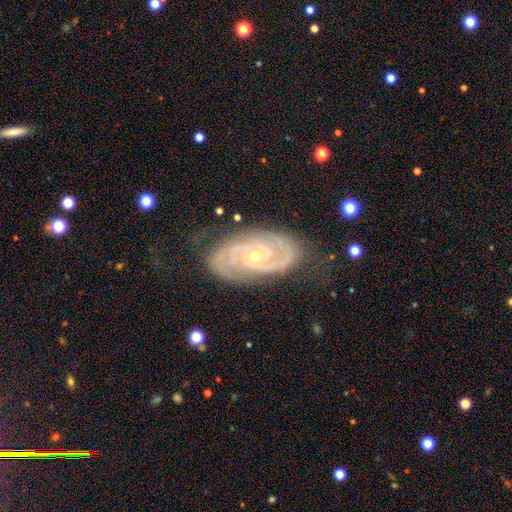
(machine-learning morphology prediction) A featured or disk galaxy (90%) with no bar (63%), 2 (57%) tight (68%) spiral arms (97%) and a small central bulge (67%). Merging: none (75%).